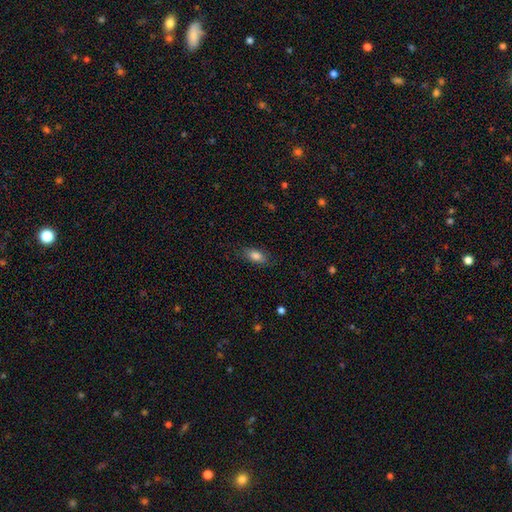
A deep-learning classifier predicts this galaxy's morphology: Overall: smooth (83%). How rounded: in between (87%). Merging: none (82%).